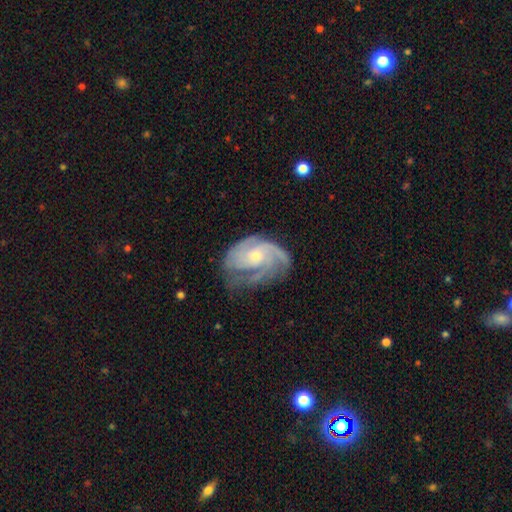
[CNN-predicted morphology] This is clearly a featured or disk galaxy (86%). It is clearly not viewed edge-on (98%). Bar: likely no (72%). Spiral arm pattern: clearly yes (96%). Spiral arm count: marginally 3 (40%). Spiral winding: marginally tight (45%). Central bulge: likely small (62%). Merging: possibly none (52%).